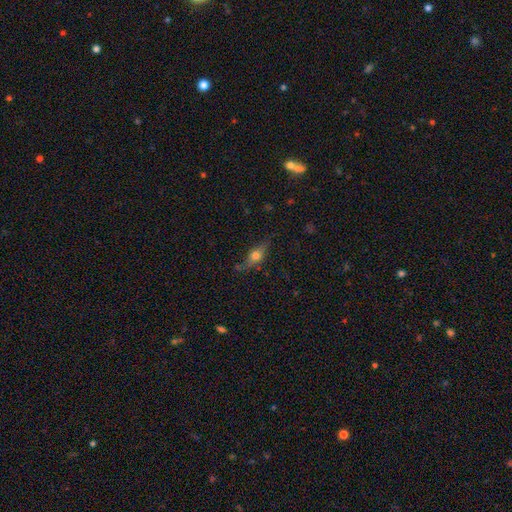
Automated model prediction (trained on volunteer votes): This is possibly a featured or disk galaxy (46%). Merging: likely none (72%).